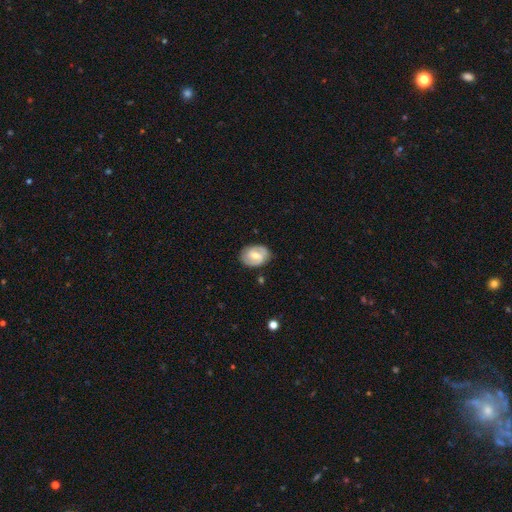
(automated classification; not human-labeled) This is likely a featured or disk galaxy (62%). It is clearly not viewed edge-on (97%). Bar: possibly weak (55%). Spiral arm pattern: clearly yes (82%). Central bulge: likely moderate (61%). Merging: clearly none (81%).